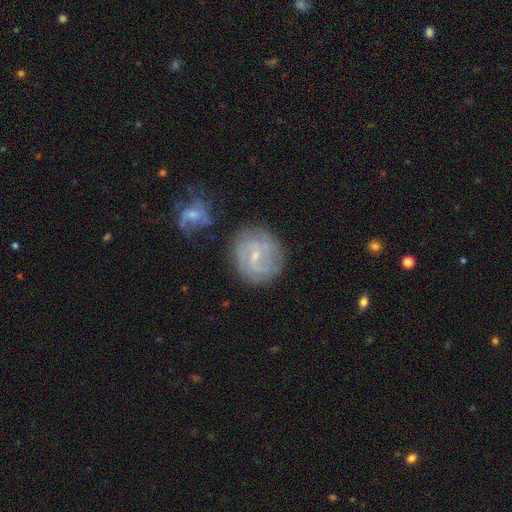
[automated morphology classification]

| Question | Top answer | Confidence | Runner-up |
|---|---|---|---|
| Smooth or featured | featured or disk | 73% | smooth (20%) |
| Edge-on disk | no | 97% | yes (3%) |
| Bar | weak | 55% | no (32%) |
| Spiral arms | yes | 90% | no (10%) |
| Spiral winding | tight | 45% | medium (39%) |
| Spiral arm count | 2 | 48% | can't tell (28%) |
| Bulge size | small | 76% | moderate (18%) |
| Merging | none | 71% | minor disturbance (15%) |